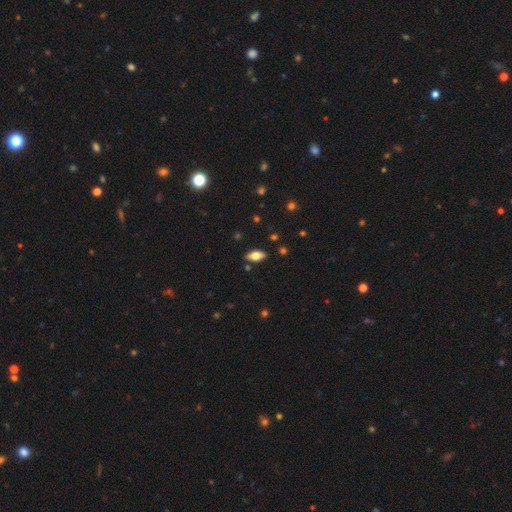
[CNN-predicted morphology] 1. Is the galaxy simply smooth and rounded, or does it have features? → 67% smooth, 25% featured or disk, 8% star or artifact.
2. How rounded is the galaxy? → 87% in between, 10% cigar-shaped, 3% round.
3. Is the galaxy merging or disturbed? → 86% none, 10% minor disturbance, 2% major disturbance, 2% merger.